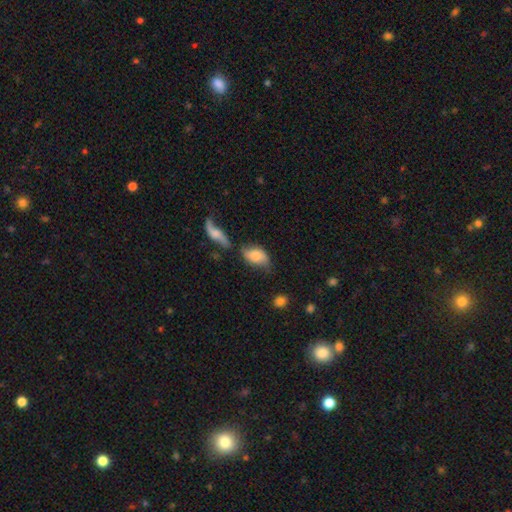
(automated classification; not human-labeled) Smooth or featured? Predicted: smooth (p=0.60). How rounded? Predicted: in between (p=0.89). Merging? Predicted: none (p=0.41).